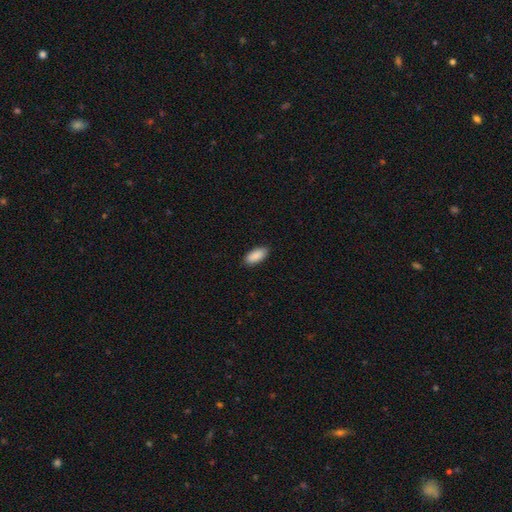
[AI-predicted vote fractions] A smooth galaxy with no disk features (91%) that is in between round and cigar-shaped (90%). Merging: none (88%).